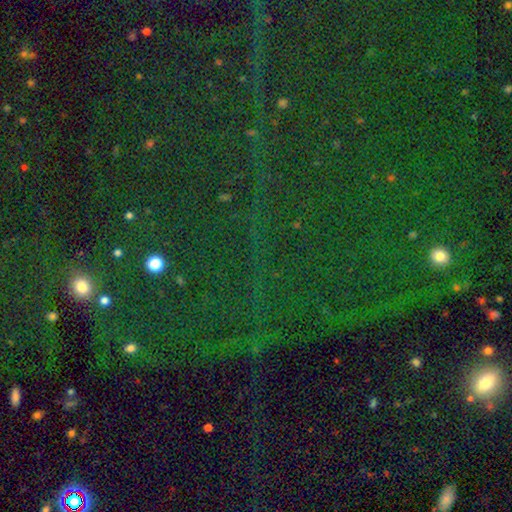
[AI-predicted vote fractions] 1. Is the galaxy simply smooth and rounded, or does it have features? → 81% star or artifact, 11% smooth, 8% featured or disk.